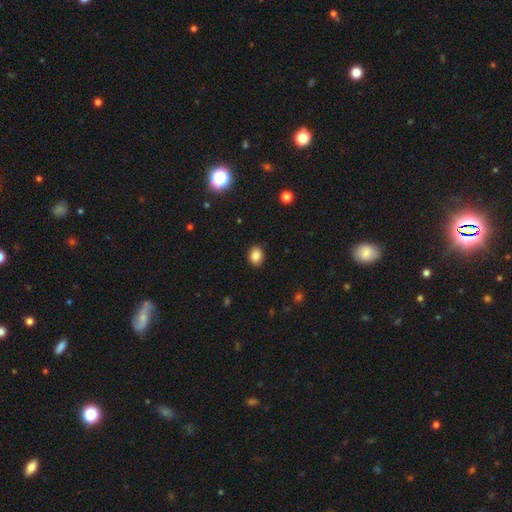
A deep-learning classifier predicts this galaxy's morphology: Overall: smooth (86%). How rounded: in between (59%; round 40%). Merging: none (89%).